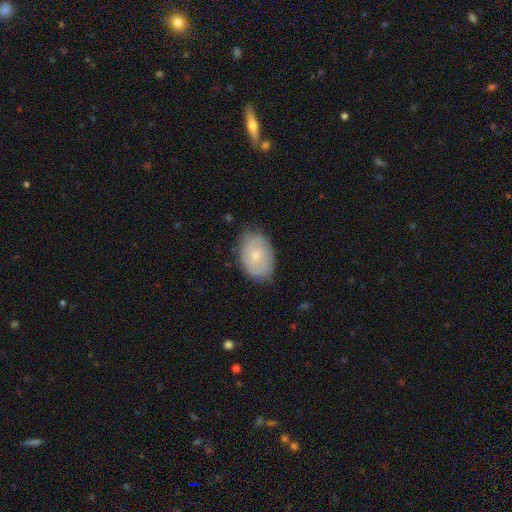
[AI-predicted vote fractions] The model was most divided on "smooth or featured": smooth: 52%, featured or disk: 41%, star or artifact: 7%. More confident: how rounded — in between (82%); merging — none (77%).